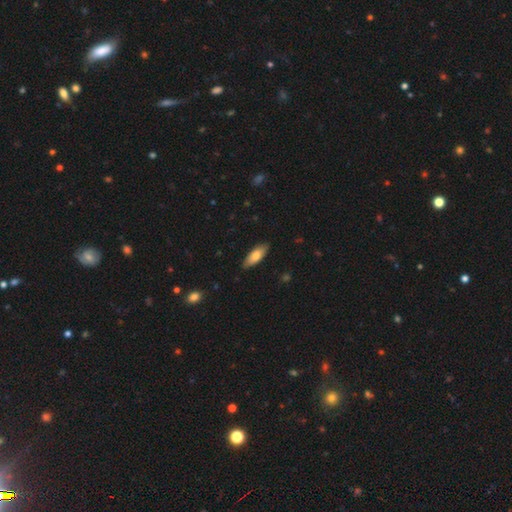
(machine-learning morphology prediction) The model was most divided on "how rounded": in between: 72%, cigar-shaped: 26%, round: 2%. More confident: merging — none (86%); smooth or featured — smooth (75%).